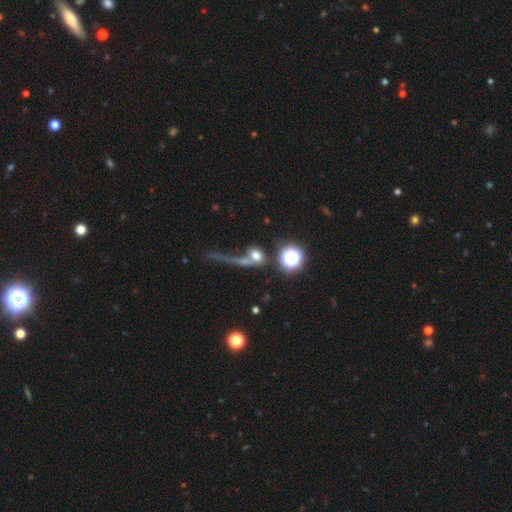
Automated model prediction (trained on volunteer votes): smooth-or-featured: smooth: 62% | star or artifact: 21% | featured or disk: 18%
  how-rounded: round: 59% | in between: 33% | cigar-shaped: 8%
  merging: merger: 37% | none: 34% | major disturbance: 19% | minor disturbance: 11%